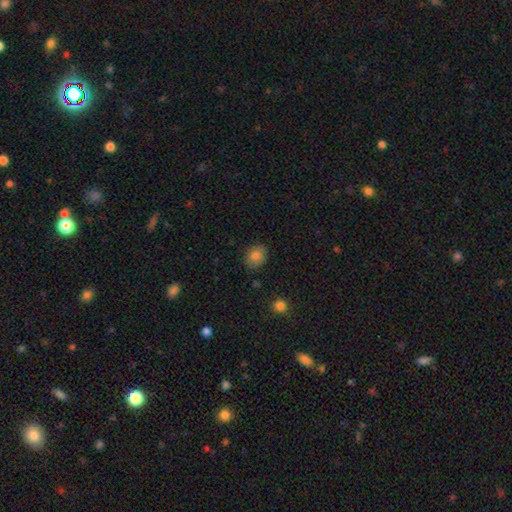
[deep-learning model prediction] Smooth or featured?
  - smooth: 82% *
  - featured or disk: 9%
  - star or artifact: 9%
How rounded?
  - round: 50% *
  - in between: 49%
  - cigar-shaped: 1%
Merging?
  - none: 82% *
  - minor disturbance: 14%
  - major disturbance: 3%
  - merger: 1%